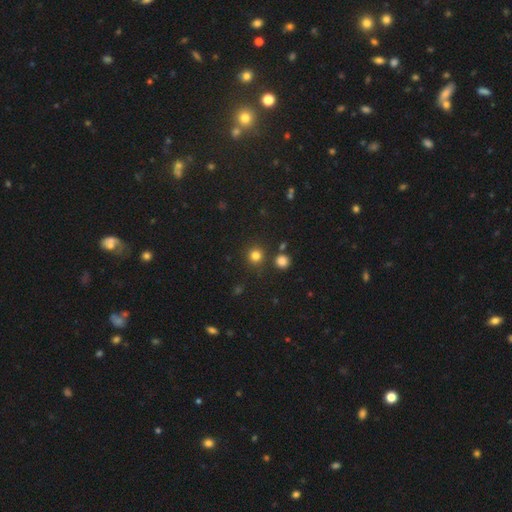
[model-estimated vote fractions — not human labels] A smooth galaxy with no disk features (80%) that is round (93%).

Vote fractions:
- Smooth or featured? smooth: 80% / star or artifact: 15% / featured or disk: 5%
- How rounded? round: 93% / in between: 6% / cigar-shaped: 1%
- Merging? none: 84% / minor disturbance: 7% / merger: 6% / major disturbance: 3%